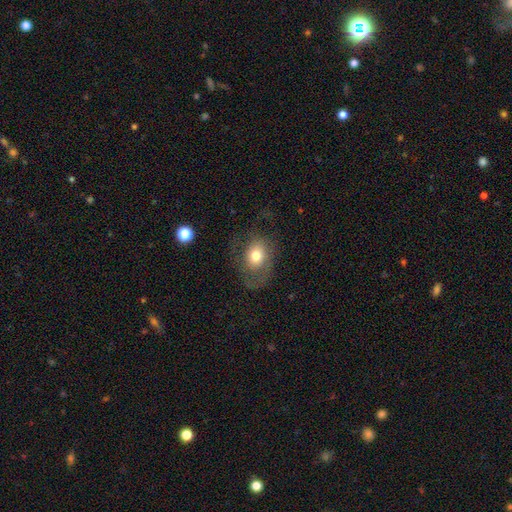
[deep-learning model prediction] smooth-or-featured: smooth: 63% | featured or disk: 27% | star or artifact: 9%
  how-rounded: in between: 57% | round: 42% | cigar-shaped: 1%
  merging: none: 50% | major disturbance: 27% | minor disturbance: 22% | merger: 2%